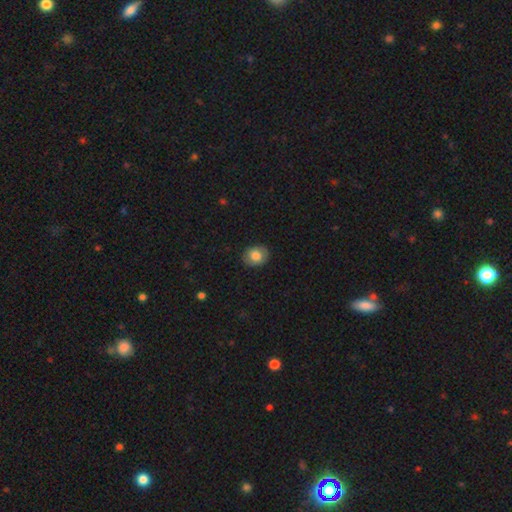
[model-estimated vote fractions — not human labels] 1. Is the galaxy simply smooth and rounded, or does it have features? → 80% smooth, 12% featured or disk, 8% star or artifact.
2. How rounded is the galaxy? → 51% round, 48% in between, 1% cigar-shaped.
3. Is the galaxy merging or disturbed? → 88% none, 9% minor disturbance, 2% major disturbance, 1% merger.